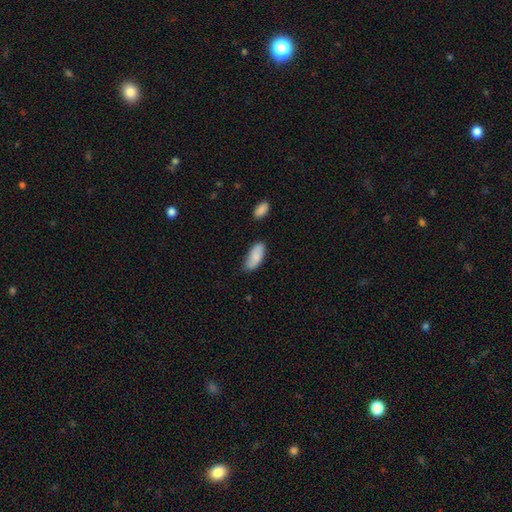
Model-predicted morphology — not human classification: This is clearly a smooth galaxy (84%). How rounded: clearly in between (87%). Merging: likely none (68%).